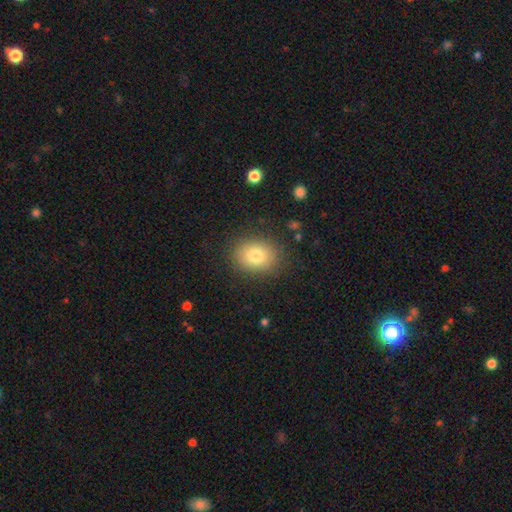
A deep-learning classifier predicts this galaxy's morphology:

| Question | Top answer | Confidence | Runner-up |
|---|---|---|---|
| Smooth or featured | smooth | 79% | star or artifact (10%) |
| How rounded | in between | 51% | round (48%) |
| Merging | none | 86% | minor disturbance (9%) |